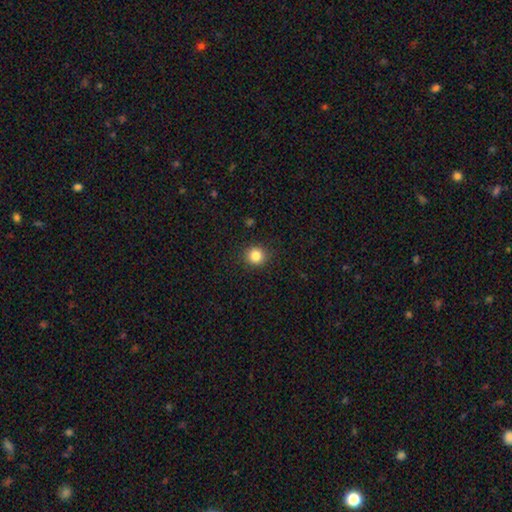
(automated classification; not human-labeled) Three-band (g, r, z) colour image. It shows a smooth galaxy with no disk features (84%) that is round (91%). Merging: none (91%).